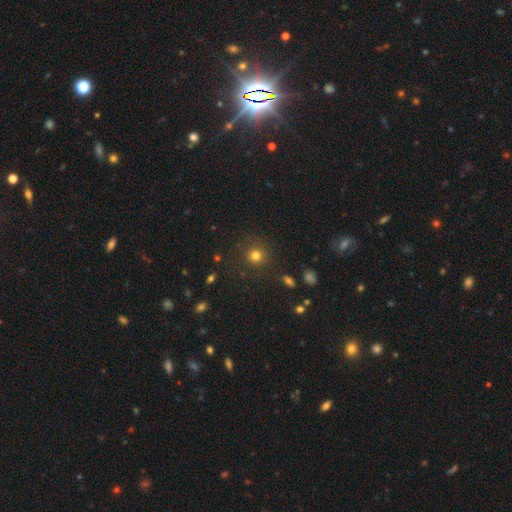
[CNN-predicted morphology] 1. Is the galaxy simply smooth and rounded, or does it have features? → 77% smooth, 16% star or artifact, 7% featured or disk.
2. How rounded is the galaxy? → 93% round, 6% in between, 1% cigar-shaped.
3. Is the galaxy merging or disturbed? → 87% none, 8% minor disturbance, 4% major disturbance, 2% merger.